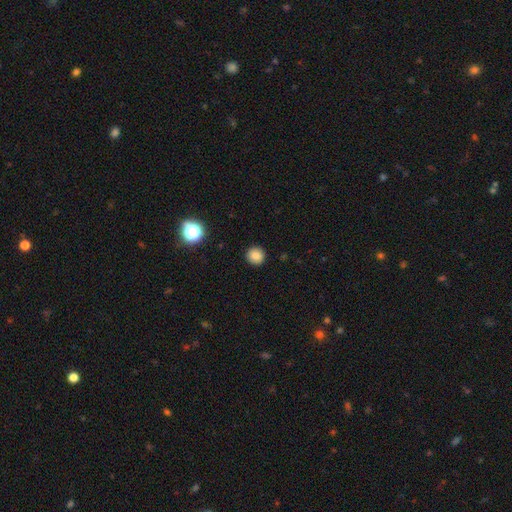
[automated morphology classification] Smooth or featured? Predicted: smooth (p=0.84). How rounded? Predicted: round (p=0.92). Merging? Predicted: none (p=0.92).